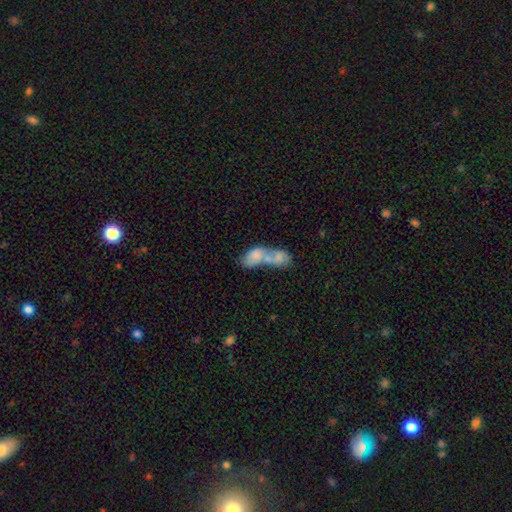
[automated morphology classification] Smooth or featured?
  - smooth: 66% *
  - featured or disk: 26%
  - star or artifact: 8%
How rounded?
  - in between: 82% *
  - round: 10%
  - cigar-shaped: 8%
Merging?
  - merger: 80% *
  - none: 9%
  - major disturbance: 6%
  - minor disturbance: 5%